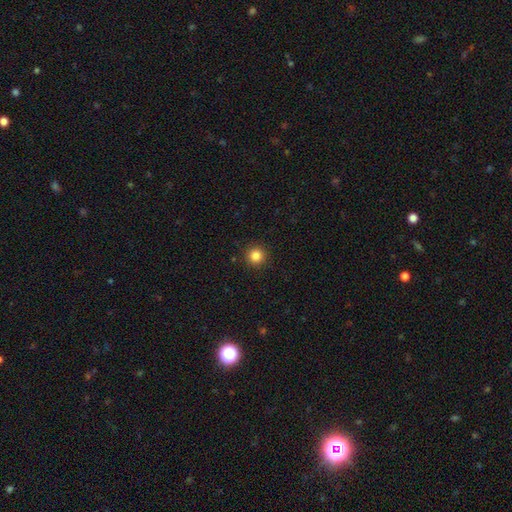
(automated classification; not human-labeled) smooth-or-featured: smooth: 85% | star or artifact: 11% | featured or disk: 4%
  how-rounded: round: 96% | in between: 4% | cigar-shaped: 1%
  merging: none: 92% | minor disturbance: 5% | major disturbance: 2% | merger: 1%